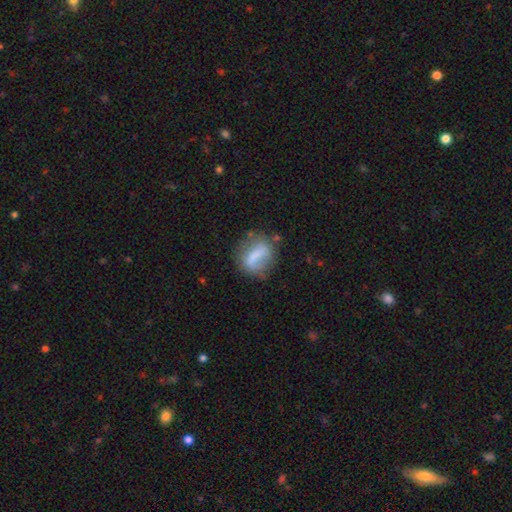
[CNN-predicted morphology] smooth 58%, featured or disk 33%, star or artifact 9%. Down the decision tree: how rounded — in between (47%, tied with round); merging — none (55%).